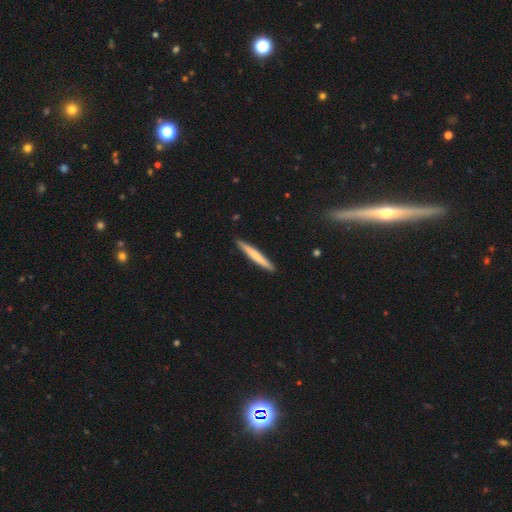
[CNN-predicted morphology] A smooth galaxy with no disk features (65%) that is cigar-shaped (96%).

Vote fractions:
- Smooth or featured? smooth: 65% / featured or disk: 30% / star or artifact: 5%
- How rounded? cigar-shaped: 96% / in between: 3% / round: 1%
- Merging? none: 91% / minor disturbance: 6% / major disturbance: 1% / merger: 1%